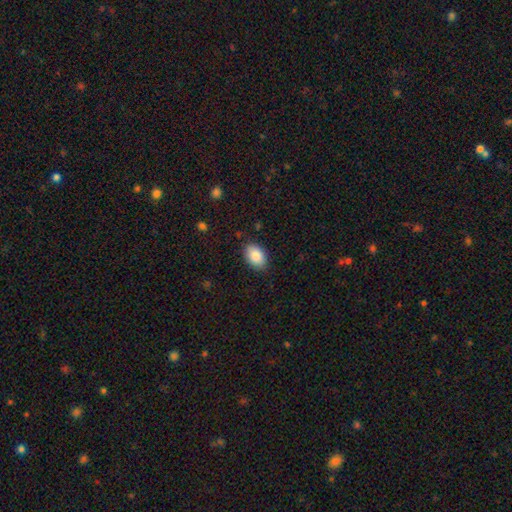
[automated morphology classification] type=smooth (88%); roundness=in between (90%); merging=none (86%).